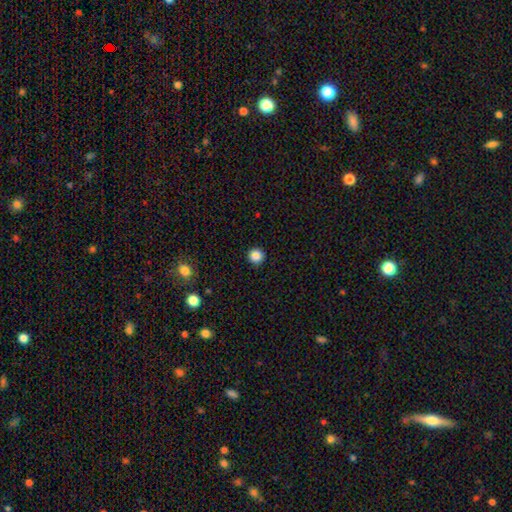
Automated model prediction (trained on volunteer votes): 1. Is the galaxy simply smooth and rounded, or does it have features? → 86% smooth, 11% star or artifact, 3% featured or disk.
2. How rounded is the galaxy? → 94% round, 5% in between, 1% cigar-shaped.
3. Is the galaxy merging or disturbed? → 91% none, 6% minor disturbance, 2% major disturbance, 1% merger.